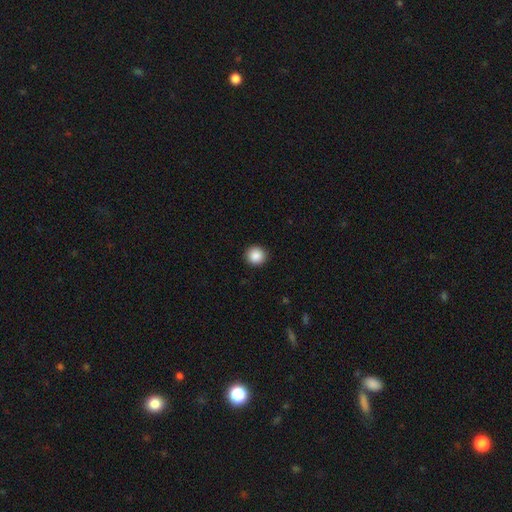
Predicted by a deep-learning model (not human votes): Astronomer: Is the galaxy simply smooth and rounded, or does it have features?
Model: smooth — 88%.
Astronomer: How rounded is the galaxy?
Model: round — 94%.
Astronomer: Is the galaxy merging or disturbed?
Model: none — 92%.